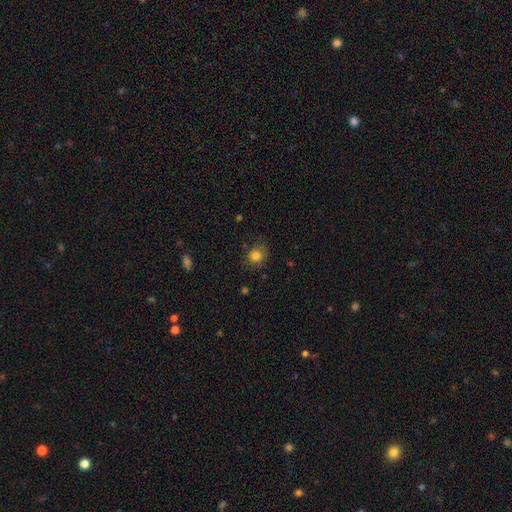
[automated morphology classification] Q: Smooth or featured?
A: smooth (82%); runner-up: star or artifact (11%)
Q: How rounded?
A: round (78%); runner-up: in between (21%)
Q: Merging?
A: none (77%); runner-up: minor disturbance (17%)